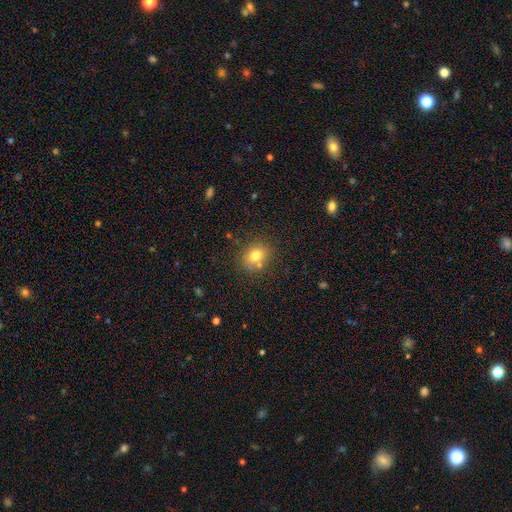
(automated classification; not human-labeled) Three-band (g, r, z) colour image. It shows a smooth galaxy with no disk features (76%) that is round (58%). Merging: none (72%).